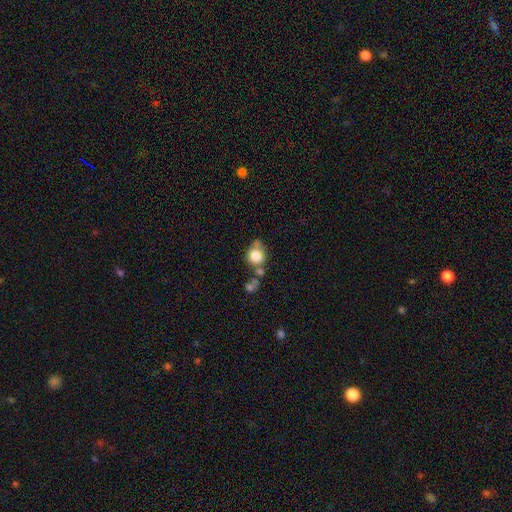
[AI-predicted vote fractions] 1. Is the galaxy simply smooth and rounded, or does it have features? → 78% smooth, 12% featured or disk, 10% star or artifact.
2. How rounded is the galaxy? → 81% round, 18% in between, 1% cigar-shaped.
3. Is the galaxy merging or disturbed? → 53% none, 21% merger, 18% minor disturbance, 8% major disturbance.